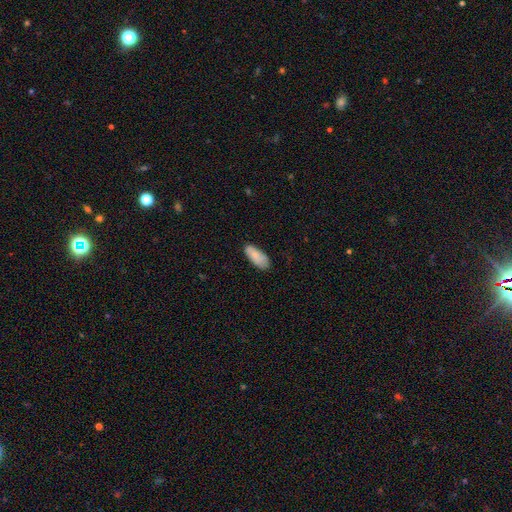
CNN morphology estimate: Smooth or featured? Predicted: smooth (p=0.81). How rounded? Predicted: in between (p=0.83). Merging? Predicted: none (p=0.75).